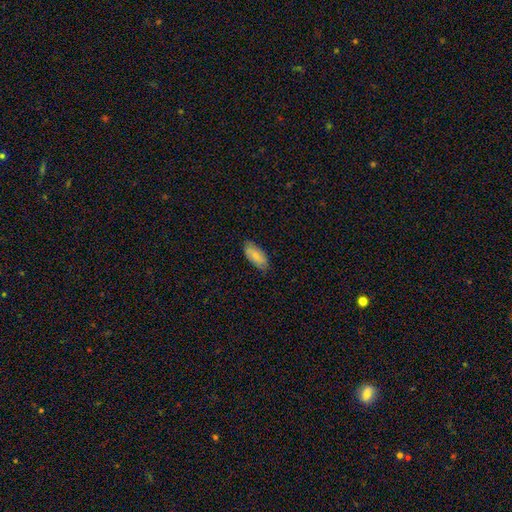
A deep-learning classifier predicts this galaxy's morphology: type=smooth (76%); roundness=in between (91%); merging=none (80%).